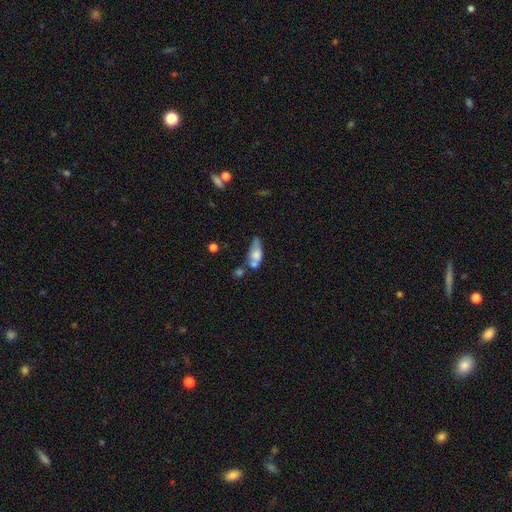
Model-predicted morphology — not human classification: A smooth galaxy with no disk features (62%) that is in between round and cigar-shaped (72%). Merging: merger (35%).